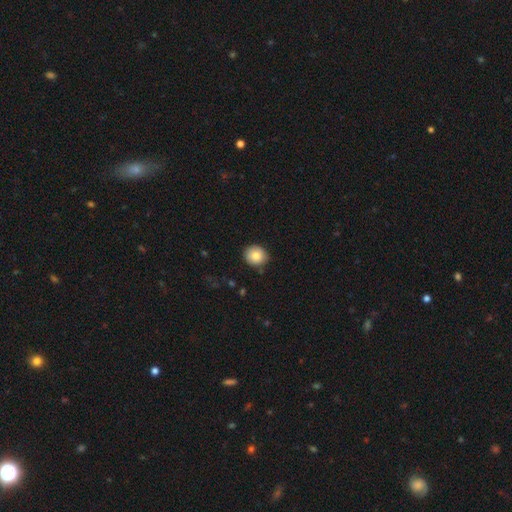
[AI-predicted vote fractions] This is clearly a smooth galaxy (84%). How rounded: likely round (80%). Merging: clearly none (85%).